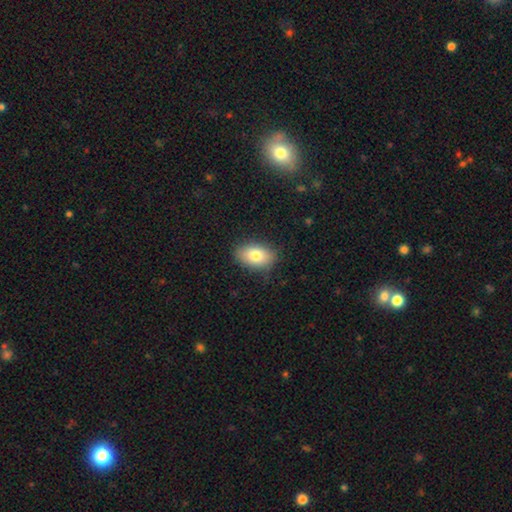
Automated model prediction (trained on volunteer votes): Smooth or featured? Predicted: smooth (p=0.79). How rounded? Predicted: in between (p=0.86). Merging? Predicted: none (p=0.84).